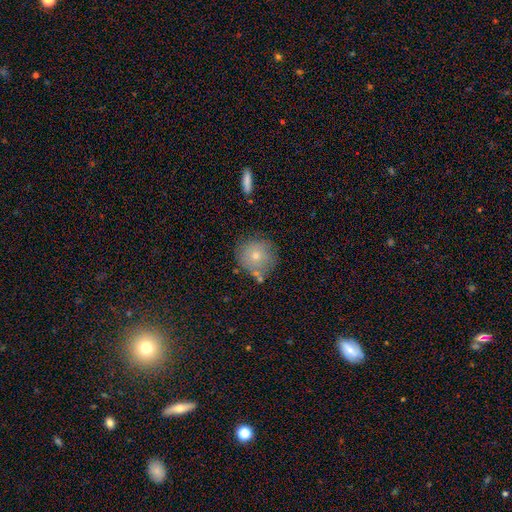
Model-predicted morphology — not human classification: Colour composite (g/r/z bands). It shows a smooth galaxy with no disk features (72%) that is round (93%). Merging: none (73%).